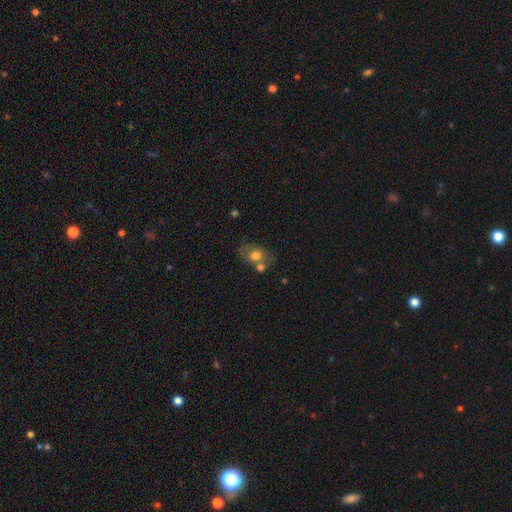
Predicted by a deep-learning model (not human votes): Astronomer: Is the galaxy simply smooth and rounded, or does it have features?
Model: smooth — 70%.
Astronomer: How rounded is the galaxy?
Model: in between — 65%.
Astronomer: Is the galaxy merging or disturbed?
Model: none — 53%.